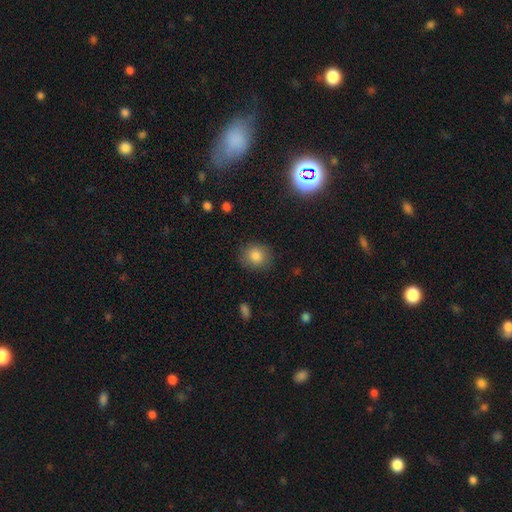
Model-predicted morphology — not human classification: smooth 83%, star or artifact 10%, featured or disk 7%. Down the decision tree: how rounded — round (77%); merging — none (85%).